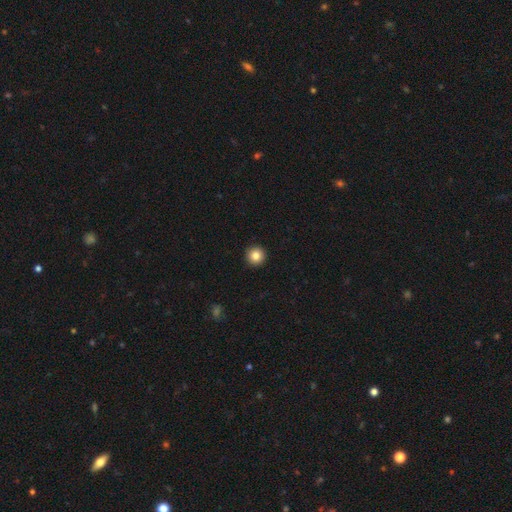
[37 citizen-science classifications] A smooth galaxy with no disk features (89%) that is round (97%). Merging: none (97%).